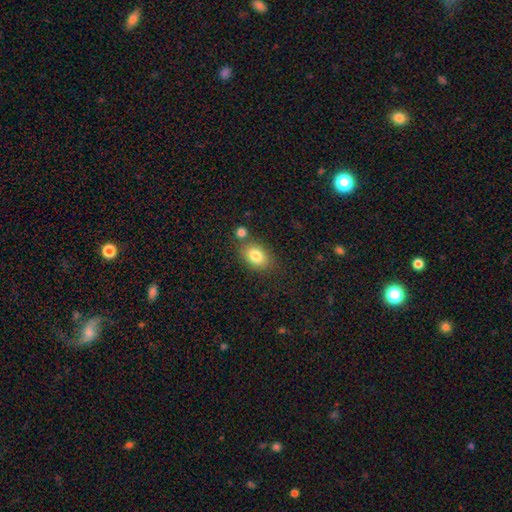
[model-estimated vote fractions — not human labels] smooth_or_featured: smooth (p=0.82) [alt: star or artifact p=0.09]
how_rounded: in between (p=0.75) [alt: round p=0.24]
merging: none (p=0.70) [alt: merger p=0.14]